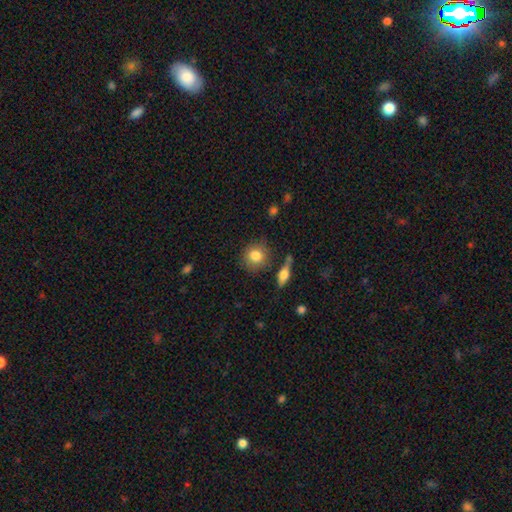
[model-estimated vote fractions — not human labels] Morphology: type=smooth (81%); roundness=round (83%); merging=none (78%).